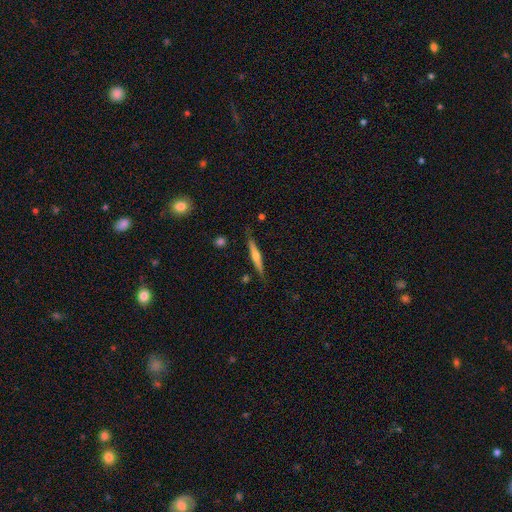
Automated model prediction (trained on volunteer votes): smooth-or-featured: featured or disk: 57% | smooth: 37% | star or artifact: 6%
  disk-edge-on: yes: 97% | no: 3%
    edge-on-bulge: rounded: 80% | none: 12% | boxy: 8%
  merging: none: 84% | minor disturbance: 12% | major disturbance: 2% | merger: 2%